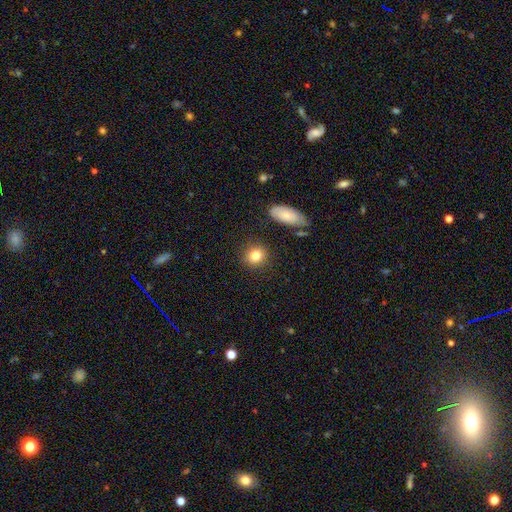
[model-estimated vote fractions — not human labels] Overall: smooth (82%). How rounded: round (79%). Merging: none (86%).